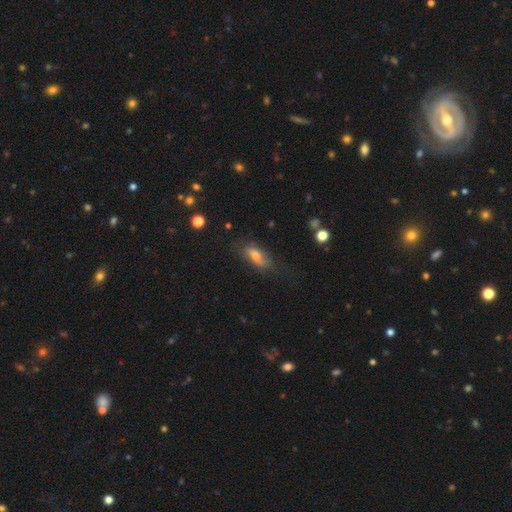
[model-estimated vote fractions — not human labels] A smooth galaxy with no disk features (65%) that is in between round and cigar-shaped (75%). Merging: none (63%).